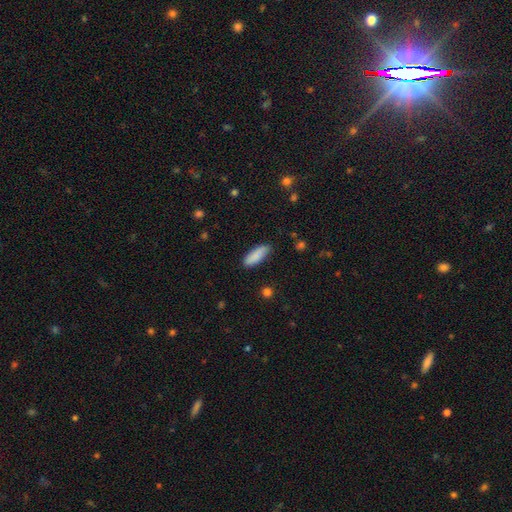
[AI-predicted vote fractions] Smooth or featured? Predicted: smooth (p=0.88). How rounded? Predicted: in between (p=0.62). Merging? Predicted: none (p=0.83).